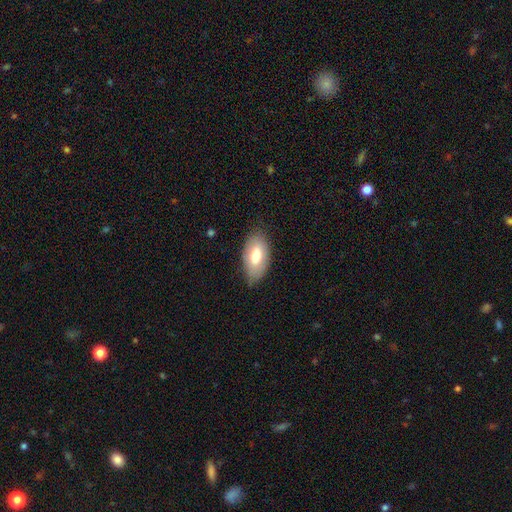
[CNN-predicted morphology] This is likely a smooth galaxy (70%). How rounded: clearly in between (93%). Merging: likely none (77%).